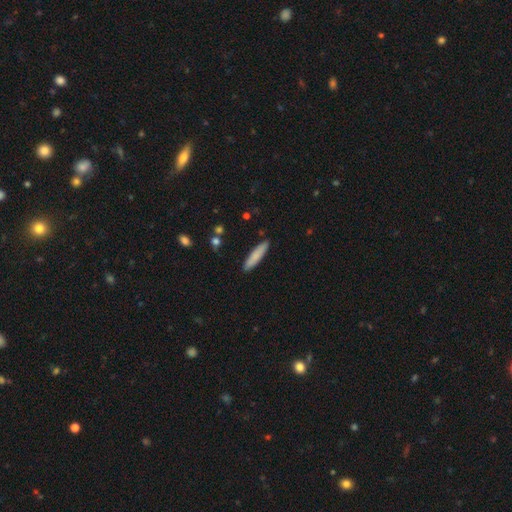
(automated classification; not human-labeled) Smooth or featured? Predicted: smooth (p=0.82). How rounded? Predicted: cigar-shaped (p=0.84). Merging? Predicted: none (p=0.90).